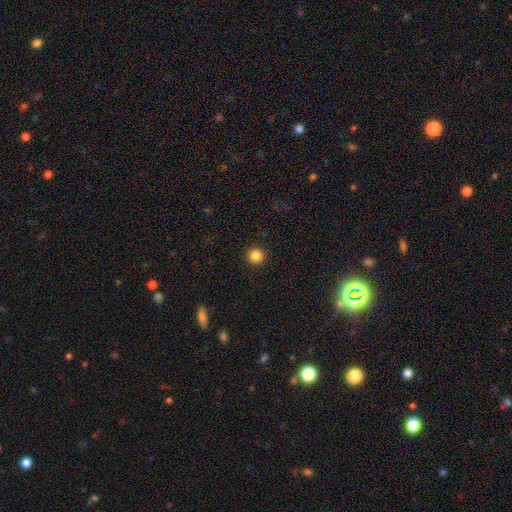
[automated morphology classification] Smooth or featured: smooth — 86% (star or artifact — 11%)
How rounded: round — 95% (in between — 4%)
Merging: none — 93% (minor disturbance — 4%)